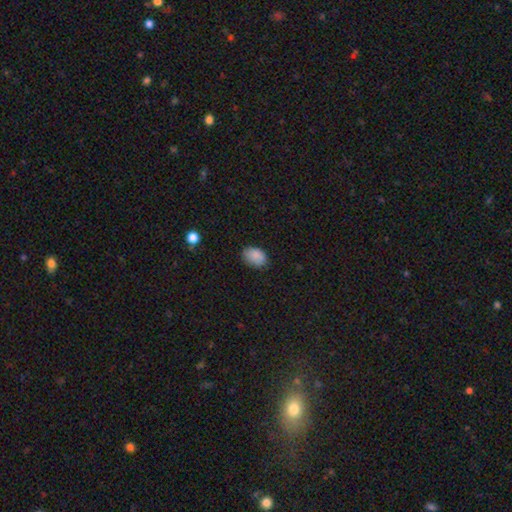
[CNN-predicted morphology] The model was most divided on "how rounded": in between: 81%, round: 18%, cigar-shaped: 1%. More confident: smooth or featured — smooth (87%); merging — none (80%).